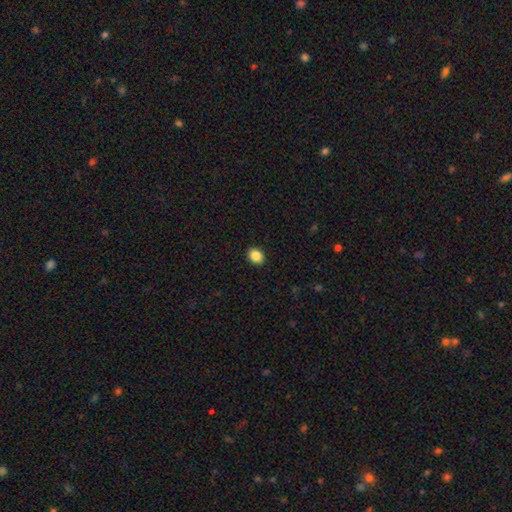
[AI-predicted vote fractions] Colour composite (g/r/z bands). It shows a smooth galaxy with no disk features (87%) that is round (52%). Merging: none (92%).